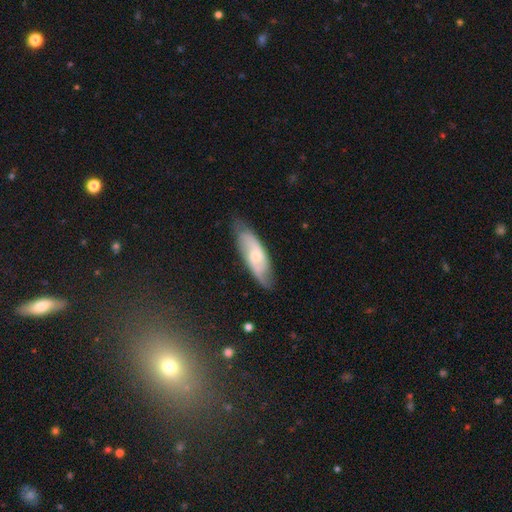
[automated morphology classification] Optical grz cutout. It shows a featured or disk galaxy (55%). Merging: none (73%).